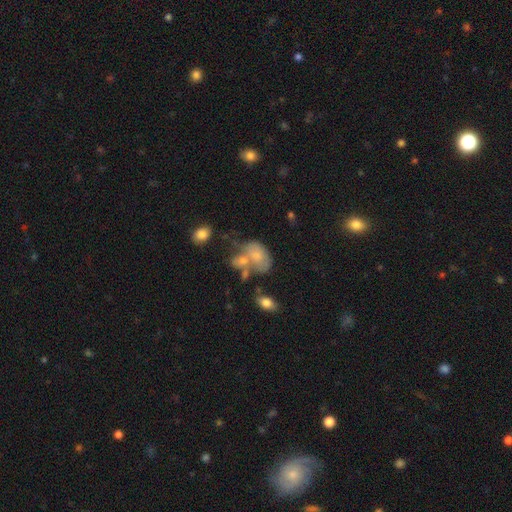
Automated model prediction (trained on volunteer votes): Smooth or featured? Predicted: smooth (p=0.64). How rounded? Predicted: in between (p=0.82). Merging? Predicted: merger (p=0.39).